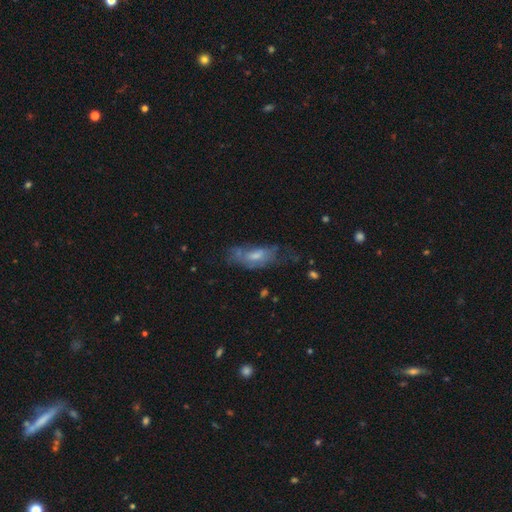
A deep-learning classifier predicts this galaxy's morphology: Smooth or featured?
  - featured or disk: 45% * (tied)
  - smooth: 45% * (tied)
  - star or artifact: 10%
Merging?
  - none: 42% *
  - minor disturbance: 29%
  - major disturbance: 24%
  - merger: 6%